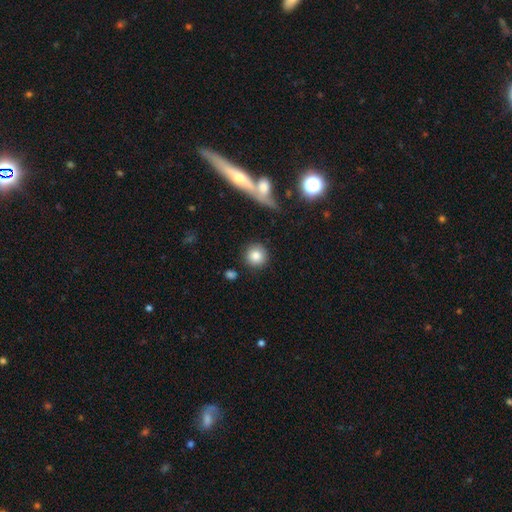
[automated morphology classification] A smooth galaxy with no disk features (83%) that is round (92%).

Vote fractions:
- Smooth or featured? smooth: 83% / star or artifact: 9% / featured or disk: 8%
- How rounded? round: 92% / in between: 7% / cigar-shaped: 1%
- Merging? none: 84% / minor disturbance: 8% / merger: 5% / major disturbance: 3%